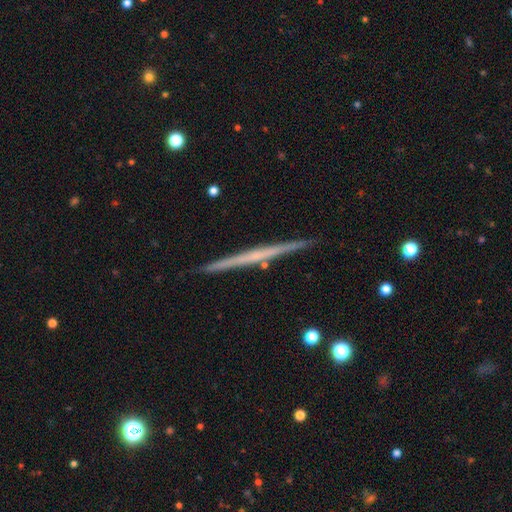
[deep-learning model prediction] Smooth or featured?
  - featured or disk: 65% *
  - smooth: 30%
  - star or artifact: 6%
Edge-on disk?
  - yes: 98% *
  - no: 2%
Edge-on bulge?
  - none: 84% *
  - rounded: 11%
  - boxy: 4%
Merging?
  - none: 91% *
  - minor disturbance: 6%
  - merger: 1%
  - major disturbance: 1%